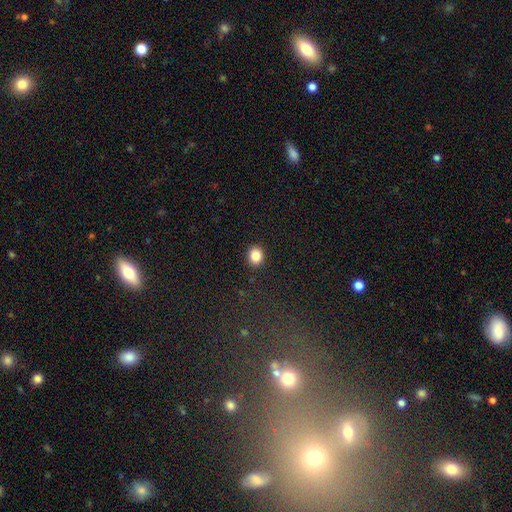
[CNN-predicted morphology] Smooth or featured?
  - smooth: 86% *
  - star or artifact: 10%
  - featured or disk: 4%
How rounded?
  - round: 72% *
  - in between: 28%
  - cigar-shaped: 1%
Merging?
  - none: 91% *
  - minor disturbance: 6%
  - major disturbance: 2%
  - merger: 1%